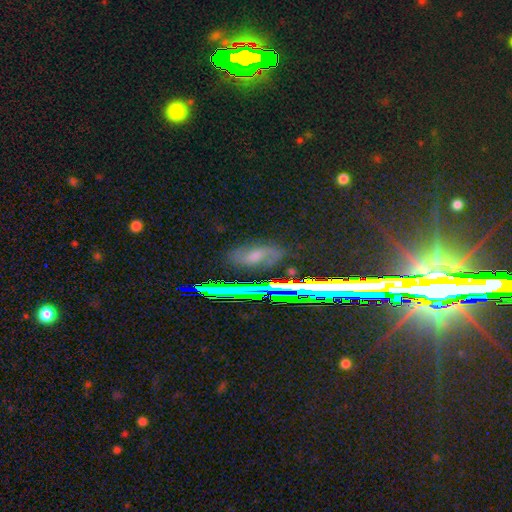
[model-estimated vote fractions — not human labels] Morphology: type=featured or disk (45%); merging=none (74%).